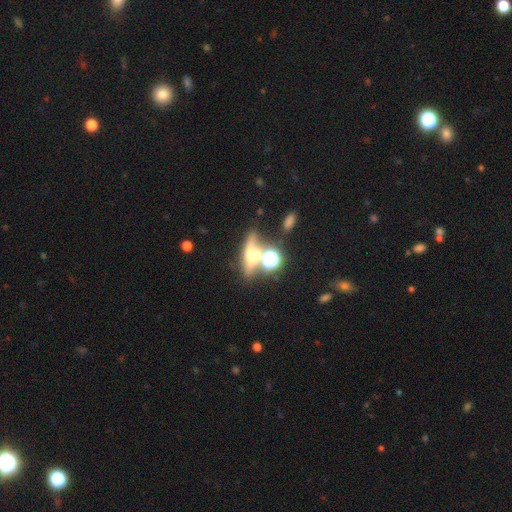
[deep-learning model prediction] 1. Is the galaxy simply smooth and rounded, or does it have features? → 42% featured or disk, 35% smooth, 24% star or artifact.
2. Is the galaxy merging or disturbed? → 44% none, 28% merger, 16% minor disturbance, 12% major disturbance.